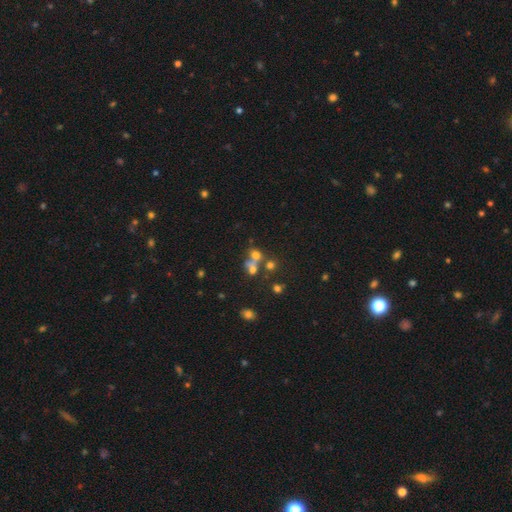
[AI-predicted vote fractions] A smooth galaxy with no disk features (57%) that is round (68%). Merging: merger (48%).